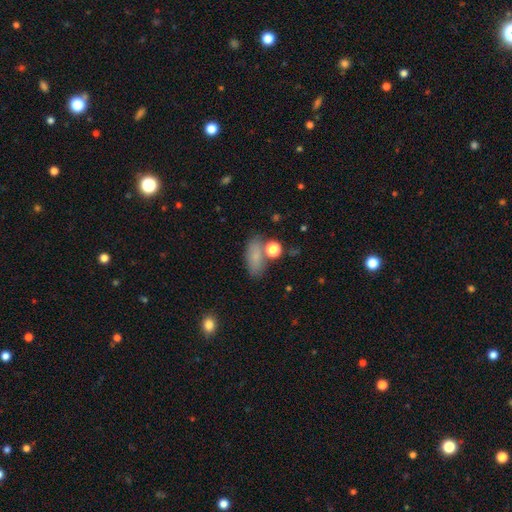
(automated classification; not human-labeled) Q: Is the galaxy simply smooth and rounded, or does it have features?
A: smooth — 78%.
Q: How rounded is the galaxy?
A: in between — 82%.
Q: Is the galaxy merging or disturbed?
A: none — 67%.